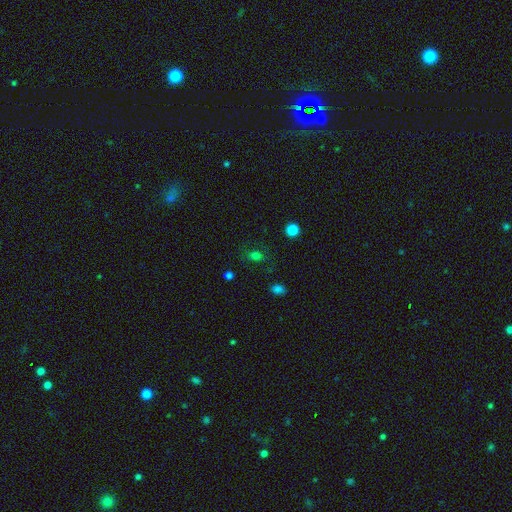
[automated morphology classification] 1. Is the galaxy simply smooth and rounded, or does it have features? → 72% smooth, 20% star or artifact, 9% featured or disk.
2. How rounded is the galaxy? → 60% in between, 38% round, 2% cigar-shaped.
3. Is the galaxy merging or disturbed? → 76% none, 15% minor disturbance, 7% major disturbance, 2% merger.